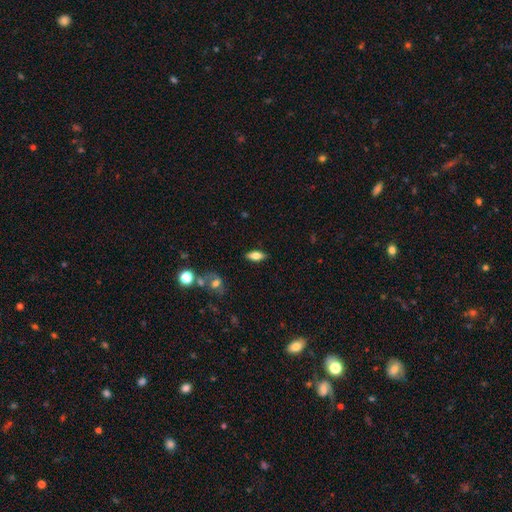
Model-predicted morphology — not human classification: smooth 68%, featured or disk 24%, star or artifact 8%. Down the decision tree: how rounded — in between (80%); merging — none (86%).